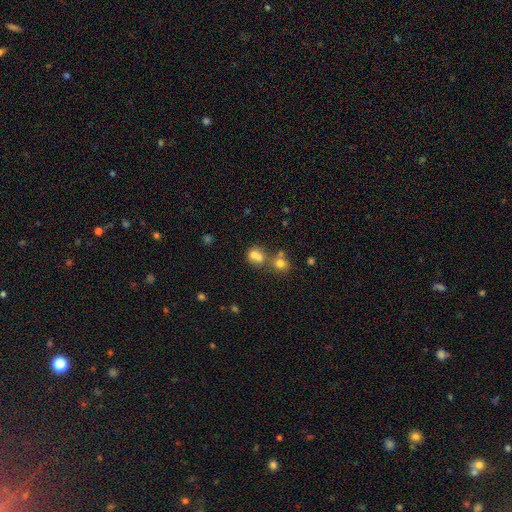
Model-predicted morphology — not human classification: type=smooth (70%); roundness=round (69%); merging=merger (56%).